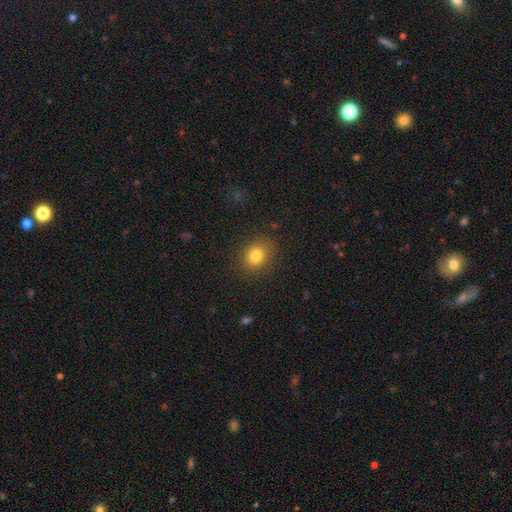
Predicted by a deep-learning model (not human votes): A smooth galaxy with no disk features (81%) that is round (62%). Merging: none (85%).